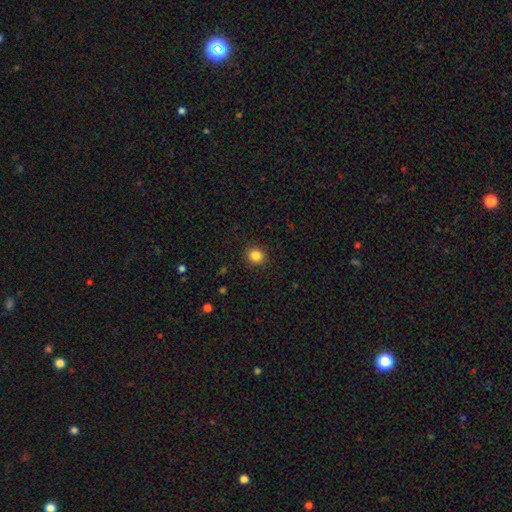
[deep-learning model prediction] Smooth or featured: smooth — 85% (star or artifact — 11%)
How rounded: round — 85% (in between — 14%)
Merging: none — 91% (minor disturbance — 6%)